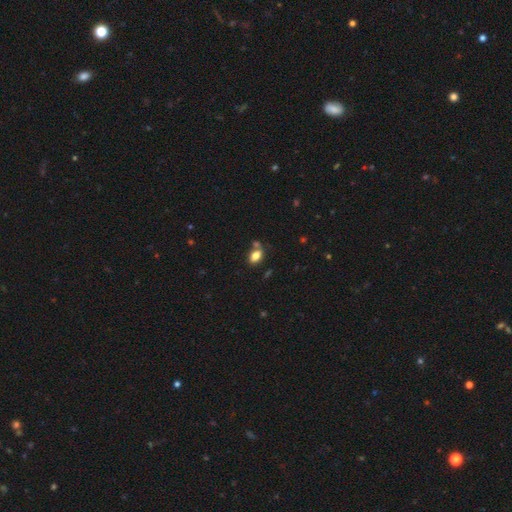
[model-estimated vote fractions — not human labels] This is clearly a smooth galaxy (82%). How rounded: clearly in between (87%). Merging: likely none (65%).